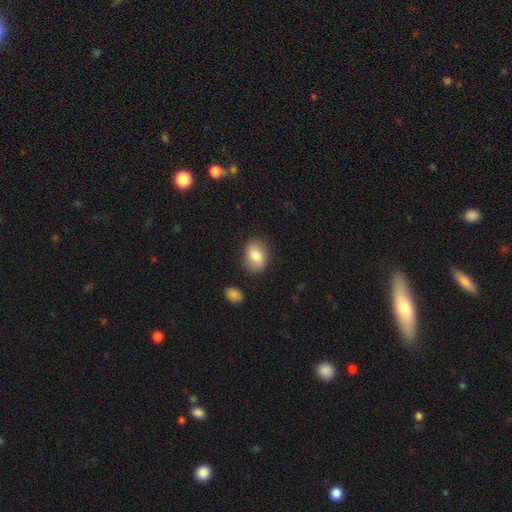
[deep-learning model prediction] Morphology: type=smooth (79%); roundness=in between (77%); merging=none (83%).